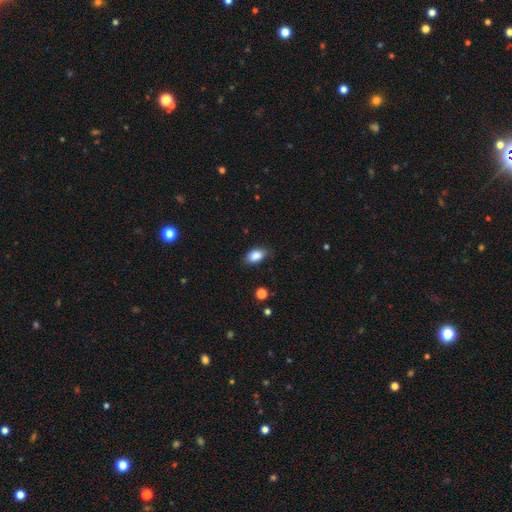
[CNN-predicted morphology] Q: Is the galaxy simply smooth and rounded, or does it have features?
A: smooth — 87%.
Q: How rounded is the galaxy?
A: in between — 90%.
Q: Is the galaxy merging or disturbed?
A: none — 77%.